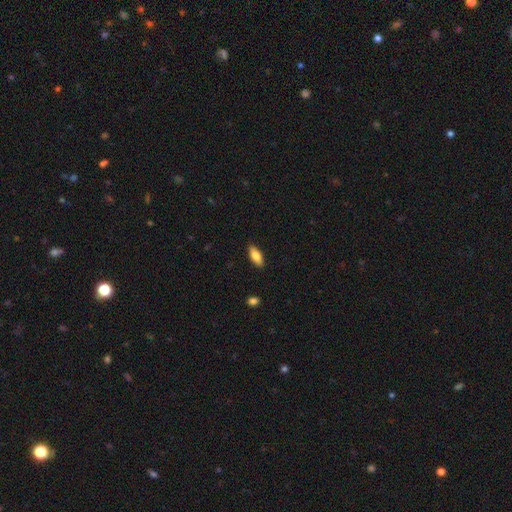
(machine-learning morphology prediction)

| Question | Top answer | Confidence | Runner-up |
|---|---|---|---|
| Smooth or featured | smooth | 79% | featured or disk (15%) |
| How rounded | in between | 79% | cigar-shaped (19%) |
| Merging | none | 88% | minor disturbance (9%) |